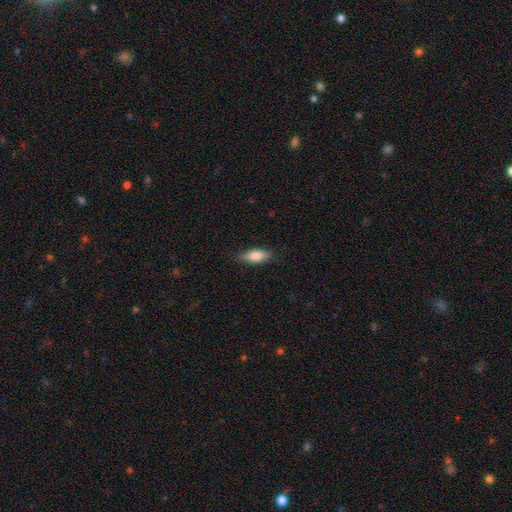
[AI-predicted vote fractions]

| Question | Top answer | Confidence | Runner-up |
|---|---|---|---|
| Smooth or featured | smooth | 80% | featured or disk (13%) |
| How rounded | in between | 70% | cigar-shaped (28%) |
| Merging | none | 84% | minor disturbance (13%) |